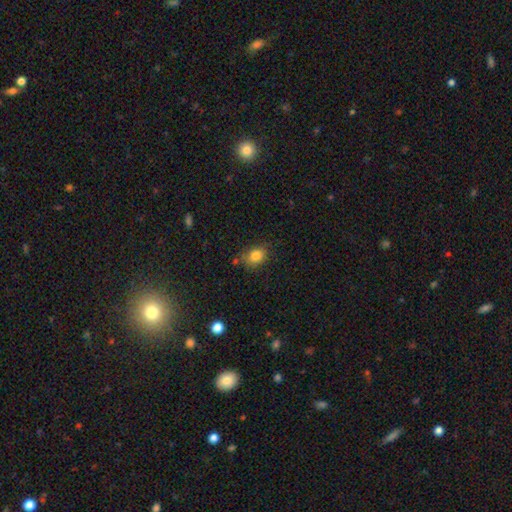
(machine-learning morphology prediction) Q: Smooth or featured?
A: smooth (82%); runner-up: star or artifact (10%)
Q: How rounded?
A: in between (64%); runner-up: round (35%)
Q: Merging?
A: none (68%); runner-up: minor disturbance (22%)